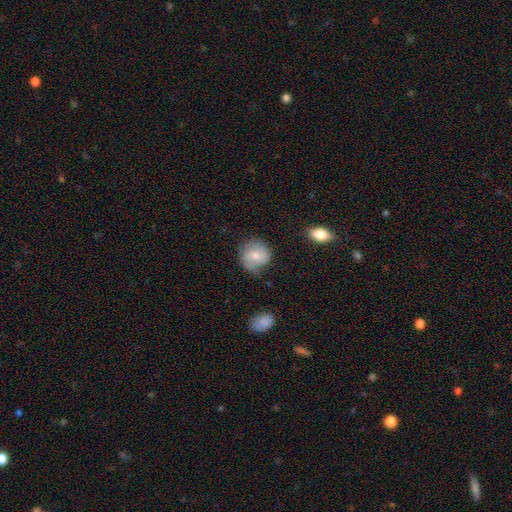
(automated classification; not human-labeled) A featured or disk galaxy (49%).

Vote fractions:
- Smooth or featured? featured or disk: 49% / smooth: 44% / star or artifact: 8%
- Merging? none: 69% / minor disturbance: 22% / major disturbance: 6% / merger: 2%